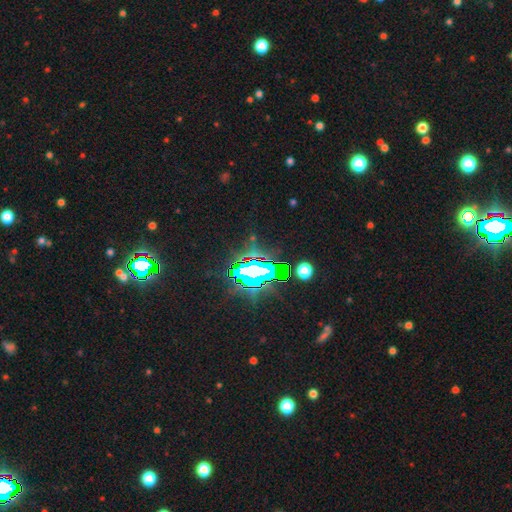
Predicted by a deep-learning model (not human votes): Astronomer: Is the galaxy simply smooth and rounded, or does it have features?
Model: star or artifact — 82%.